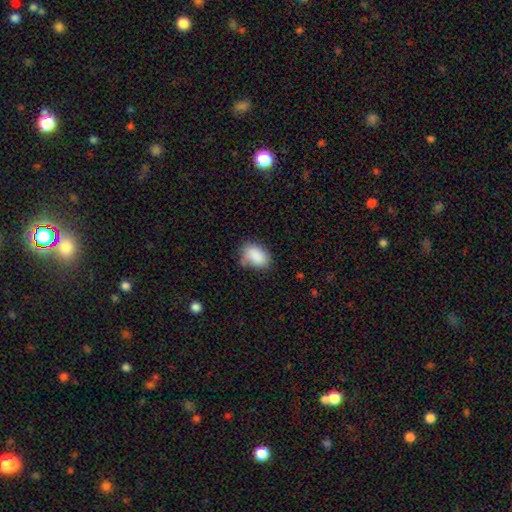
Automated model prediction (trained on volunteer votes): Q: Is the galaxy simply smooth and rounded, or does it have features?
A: smooth — 87%.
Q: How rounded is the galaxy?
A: in between — 88%.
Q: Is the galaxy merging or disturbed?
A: none — 62%.